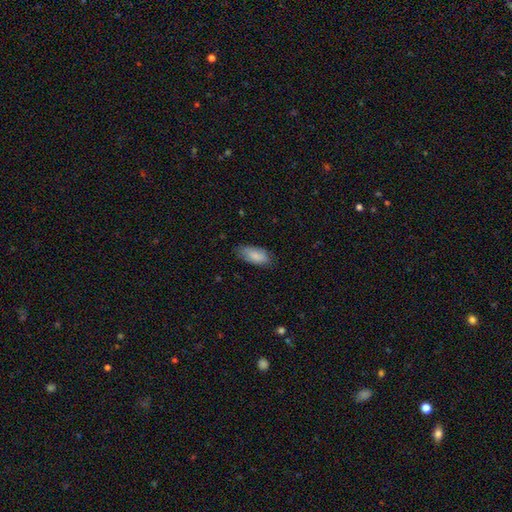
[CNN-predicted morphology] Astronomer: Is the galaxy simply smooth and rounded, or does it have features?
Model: smooth — 85%.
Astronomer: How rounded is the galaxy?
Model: in between — 88%.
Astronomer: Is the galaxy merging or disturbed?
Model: none — 75%.